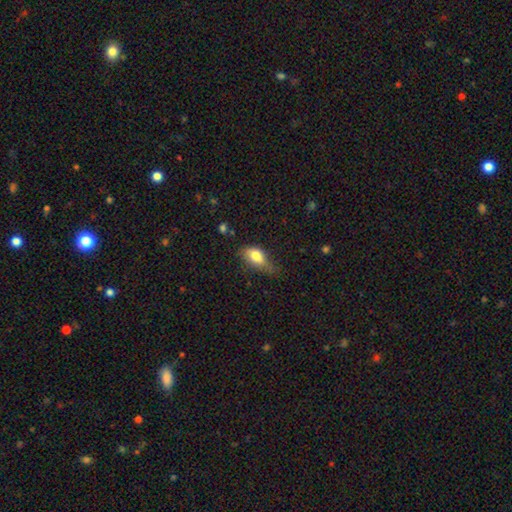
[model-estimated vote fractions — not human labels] Smooth or featured: smooth — 77% (featured or disk — 15%)
How rounded: in between — 85% (round — 9%)
Merging: minor disturbance — 42% (none — 38%)